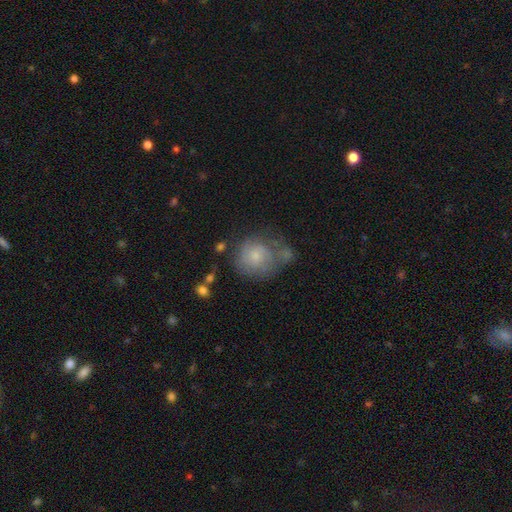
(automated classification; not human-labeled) smooth 51%, featured or disk 40%, star or artifact 9%. Down the decision tree: how rounded — round (79%); merging — none (42%).